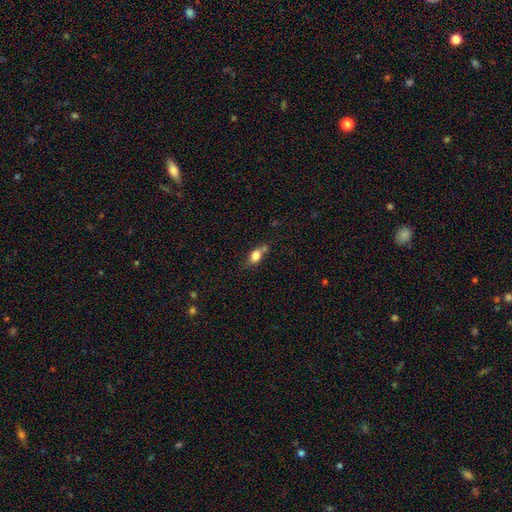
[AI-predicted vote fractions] Smooth or featured? smooth (76%)
How rounded? in between (76%)
Merging? none (49%)